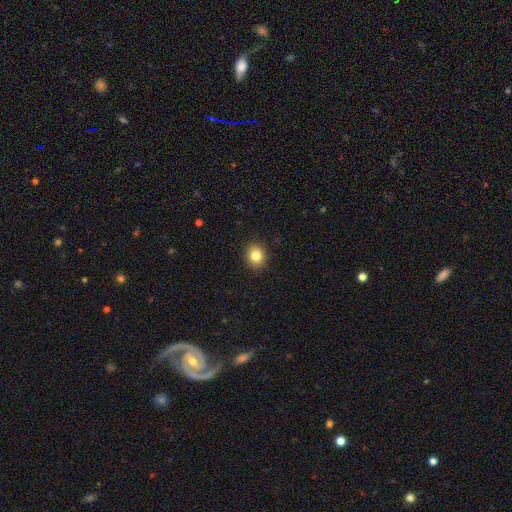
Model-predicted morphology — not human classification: This appears to be a smooth galaxy with no disk features (84%) that is round (79%). Merging: none (91%).